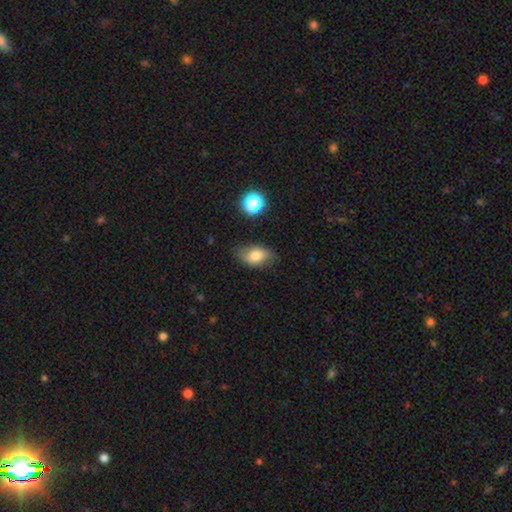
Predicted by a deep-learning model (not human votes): Smooth or featured?
  - smooth: 79% *
  - featured or disk: 12%
  - star or artifact: 10%
How rounded?
  - in between: 88% *
  - round: 10%
  - cigar-shaped: 2%
Merging?
  - none: 75% *
  - minor disturbance: 19%
  - major disturbance: 4%
  - merger: 2%